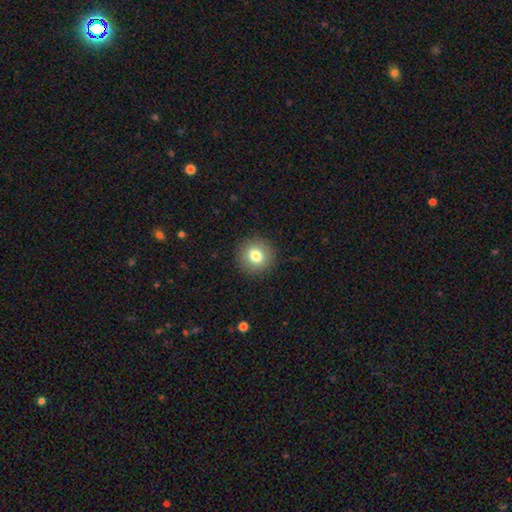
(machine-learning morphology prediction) Smooth or featured? Predicted: smooth (p=0.79). How rounded? Predicted: round (p=0.92). Merging? Predicted: none (p=0.91).